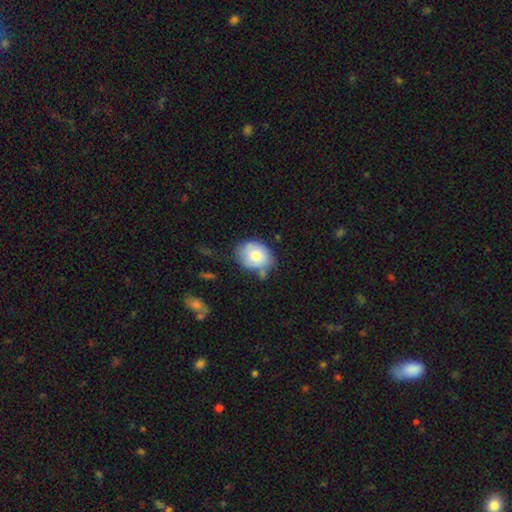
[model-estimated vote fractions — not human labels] Morphology: type=smooth (71%); roundness=in between (52%); merging=none (57%).